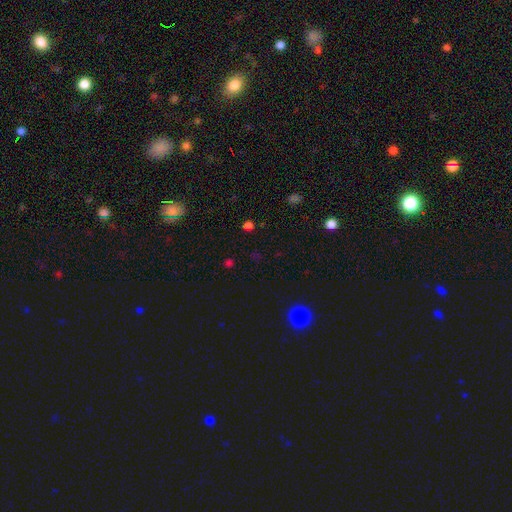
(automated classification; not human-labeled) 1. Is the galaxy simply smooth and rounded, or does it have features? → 55% star or artifact, 38% smooth, 6% featured or disk.